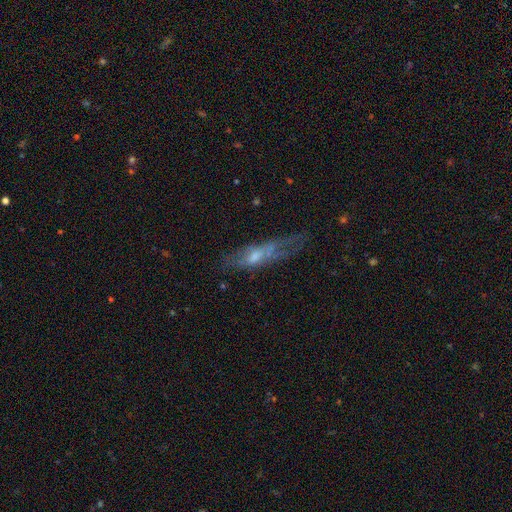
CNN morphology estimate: Q: Smooth or featured?
A: featured or disk (55%); runner-up: smooth (35%)
Q: Edge-on disk?
A: no (53%); runner-up: yes (47%)
Q: Merging?
A: none (48%); runner-up: minor disturbance (26%)